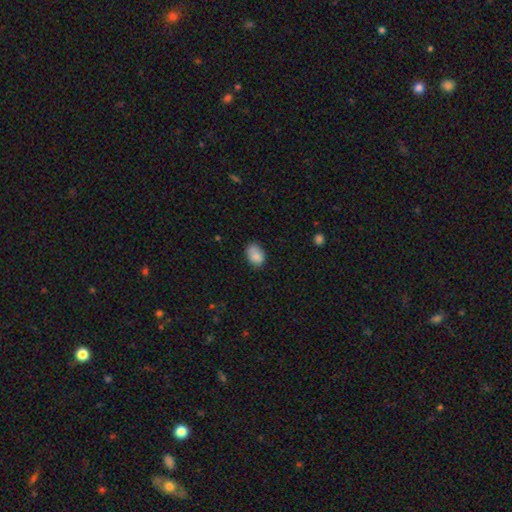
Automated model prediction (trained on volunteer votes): smooth 86%, star or artifact 8%, featured or disk 6%. Down the decision tree: how rounded — in between (84%); merging — none (73%).